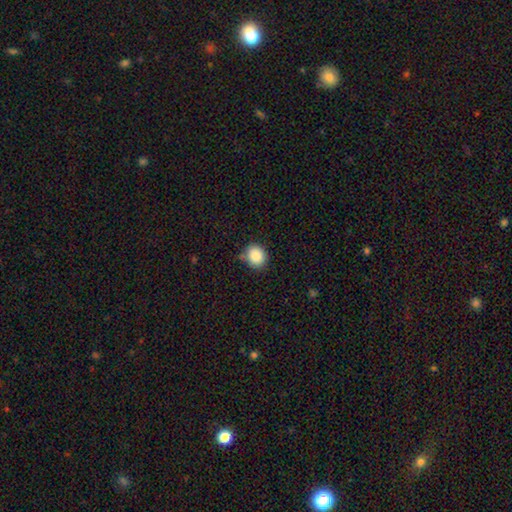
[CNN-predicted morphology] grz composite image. It shows a smooth galaxy with no disk features (88%) that is round (67%). Merging: none (78%).